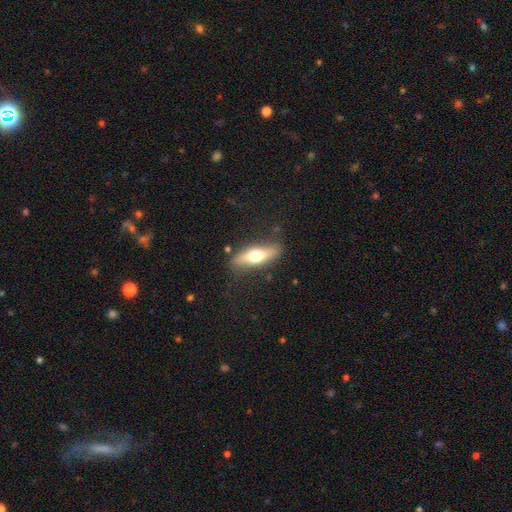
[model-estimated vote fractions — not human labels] Smooth or featured? smooth (49%)
Merging? none (80%)